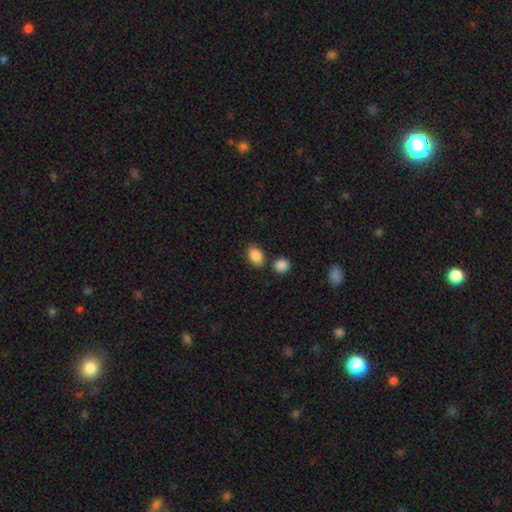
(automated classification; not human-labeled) Smooth or featured? smooth (87%)
How rounded? in between (81%)
Merging? none (73%)